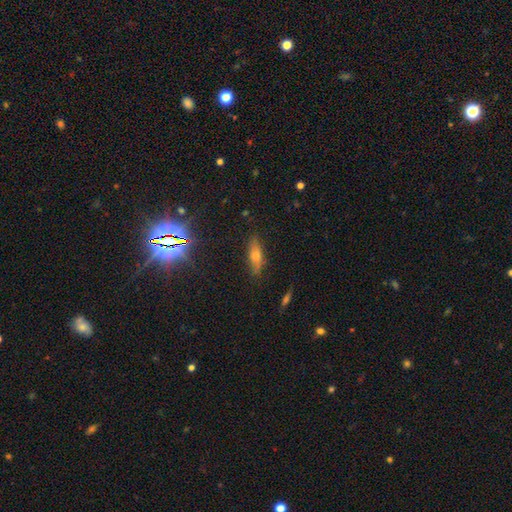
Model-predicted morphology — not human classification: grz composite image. It shows a smooth galaxy with no disk features (57%) that is in between round and cigar-shaped (52%). Merging: none (81%).